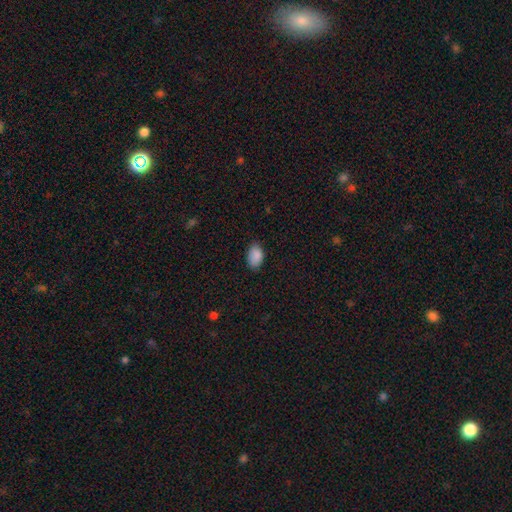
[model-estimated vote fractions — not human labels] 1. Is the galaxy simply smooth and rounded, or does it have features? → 89% smooth, 7% star or artifact, 4% featured or disk.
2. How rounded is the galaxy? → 91% in between, 8% round, 1% cigar-shaped.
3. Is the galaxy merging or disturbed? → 79% none, 17% minor disturbance, 3% major disturbance, 1% merger.